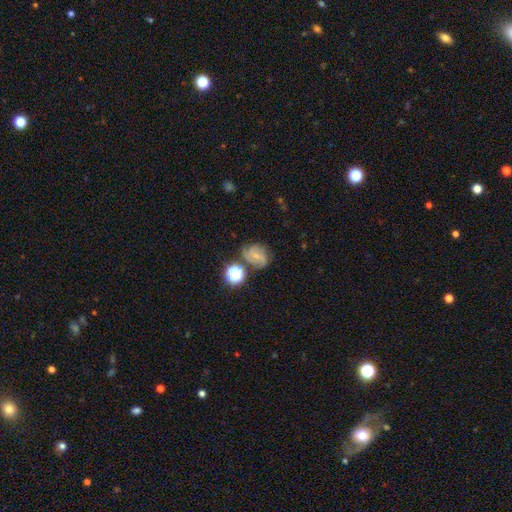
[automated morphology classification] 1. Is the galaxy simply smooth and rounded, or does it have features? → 64% featured or disk, 22% smooth, 14% star or artifact.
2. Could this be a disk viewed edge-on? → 98% no, 2% yes.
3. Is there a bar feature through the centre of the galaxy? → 61% no, 32% weak, 7% strong.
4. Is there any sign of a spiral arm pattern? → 94% yes, 6% no.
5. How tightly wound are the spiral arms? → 47% medium, 38% tight, 15% loose.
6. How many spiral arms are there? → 36% 2, 33% 3, 18% can't tell, 5% 4, 4% 1, 4% more than 4.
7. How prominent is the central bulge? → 71% small, 21% moderate, 6% none, 1% large, 1% dominant.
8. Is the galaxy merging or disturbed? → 64% none, 20% minor disturbance, 8% major disturbance, 7% merger.